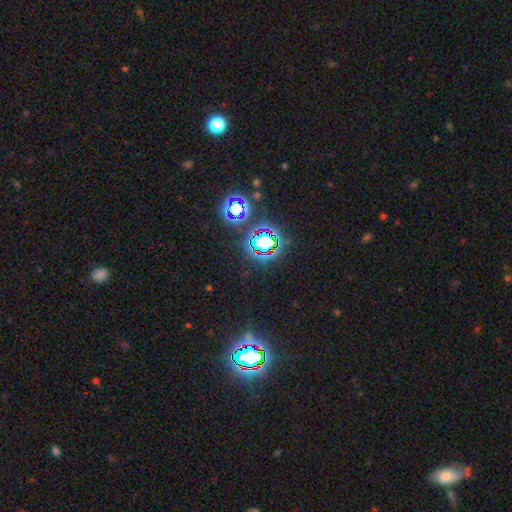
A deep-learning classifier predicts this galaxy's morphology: Smooth or featured? star or artifact (80%)